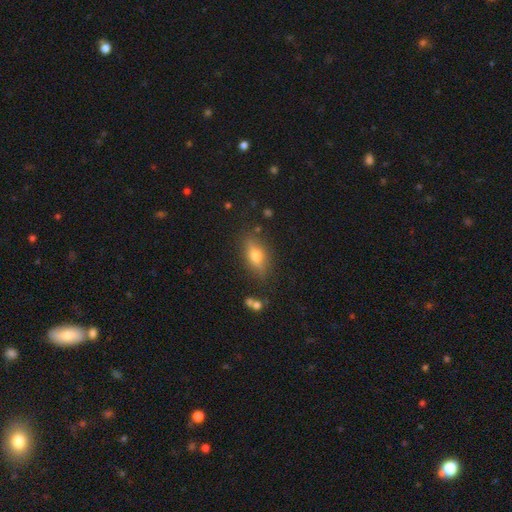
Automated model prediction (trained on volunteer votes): smooth-or-featured: smooth: 52% | featured or disk: 38% | star or artifact: 10%
  how-rounded: in between: 69% | cigar-shaped: 24% | round: 7%
  merging: none: 82% | minor disturbance: 12% | major disturbance: 3% | merger: 3%